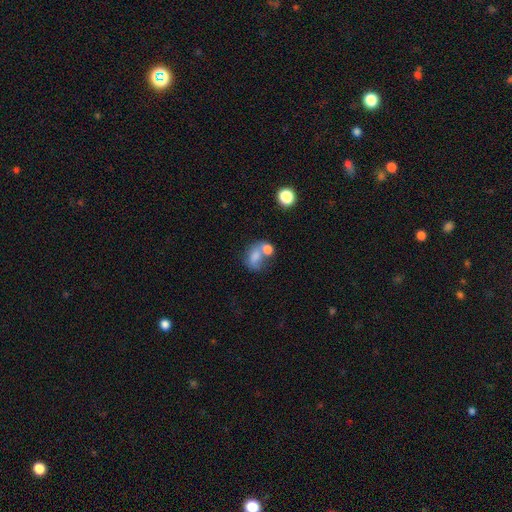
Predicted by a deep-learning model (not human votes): smooth_or_featured: smooth (p=0.69) [alt: featured or disk p=0.21]
how_rounded: in between (p=0.70) [alt: round p=0.29]
merging: merger (p=0.56) [alt: none p=0.21]